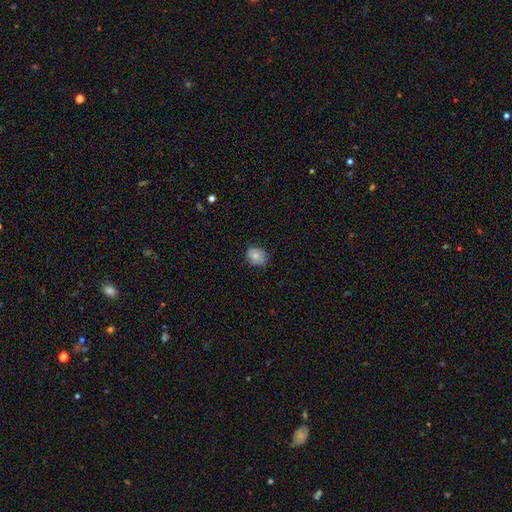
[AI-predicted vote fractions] The model was most divided on "how rounded": round: 55%, in between: 44%, cigar-shaped: 1%. More confident: smooth or featured — smooth (76%); merging — none (73%).